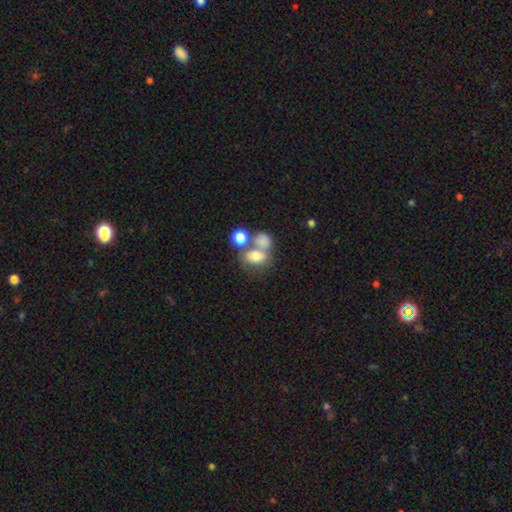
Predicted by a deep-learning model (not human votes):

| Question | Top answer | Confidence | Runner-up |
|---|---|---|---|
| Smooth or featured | smooth | 67% | featured or disk (21%) |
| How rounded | in between | 57% | round (42%) |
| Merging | merger | 48% | none (31%) |